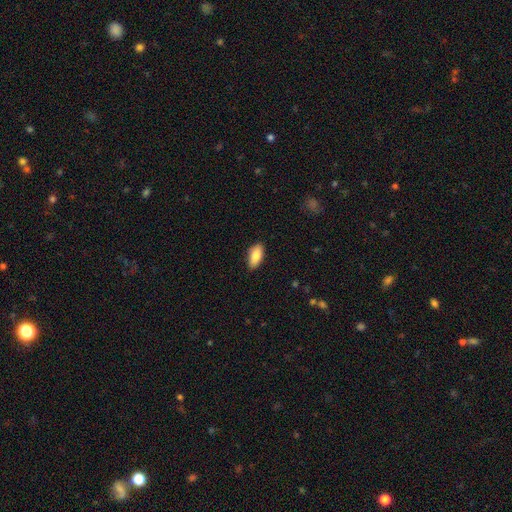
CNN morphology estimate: A smooth galaxy with no disk features (85%) that is in between round and cigar-shaped (90%). Merging: none (87%).